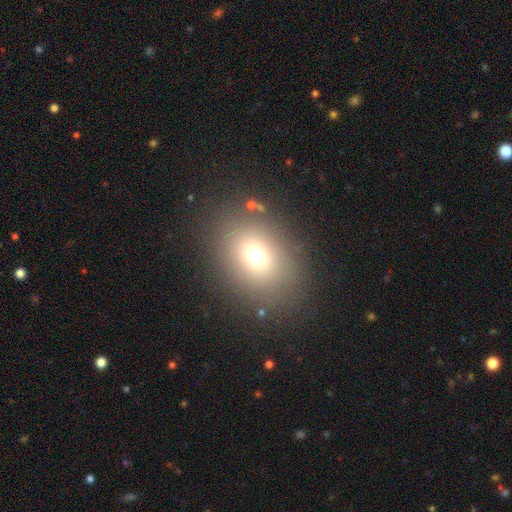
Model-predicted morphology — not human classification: This appears to be a smooth galaxy with no disk features (70%) that is in between round and cigar-shaped (55%). Merging: none (83%).